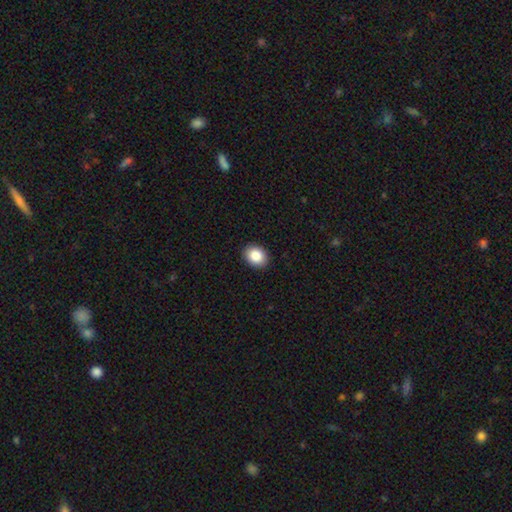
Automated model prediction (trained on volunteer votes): A smooth galaxy with no disk features (87%) that is in between round and cigar-shaped (54%).

Vote fractions:
- Smooth or featured? smooth: 87% / star or artifact: 8% / featured or disk: 5%
- How rounded? in between: 54% / round: 45% / cigar-shaped: 1%
- Merging? none: 91% / minor disturbance: 7% / major disturbance: 2% / merger: 1%